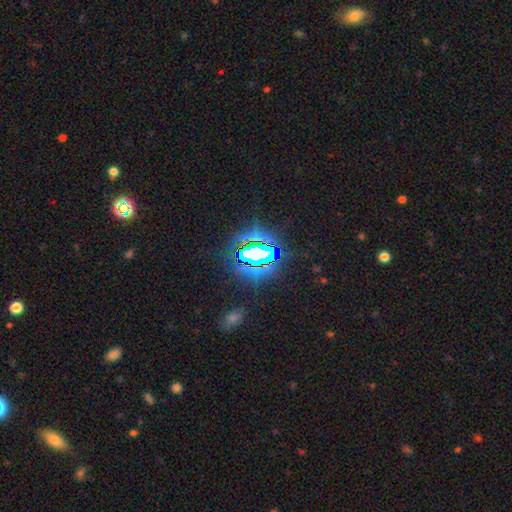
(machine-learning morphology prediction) Smooth or featured?
  - star or artifact: 74% *
  - smooth: 15%
  - featured or disk: 11%